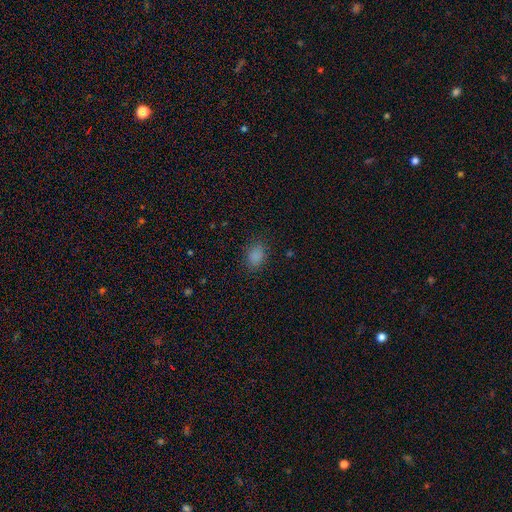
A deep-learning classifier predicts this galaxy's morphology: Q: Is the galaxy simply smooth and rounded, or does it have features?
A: smooth — 84%.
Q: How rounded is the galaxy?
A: in between — 61%.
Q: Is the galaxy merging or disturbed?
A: none — 82%.